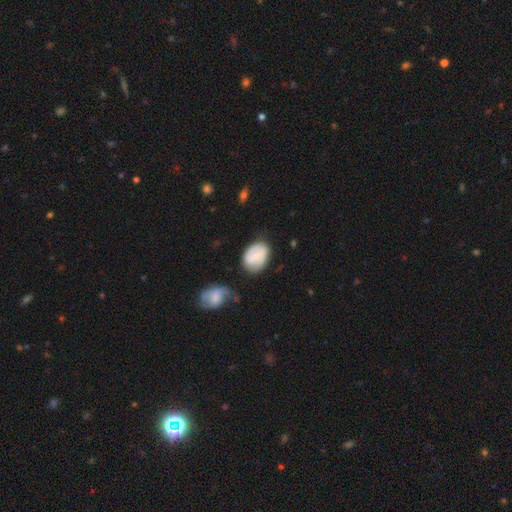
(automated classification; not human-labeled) Morphology: type=smooth (54%); roundness=in between (74%); merging=none (62%).